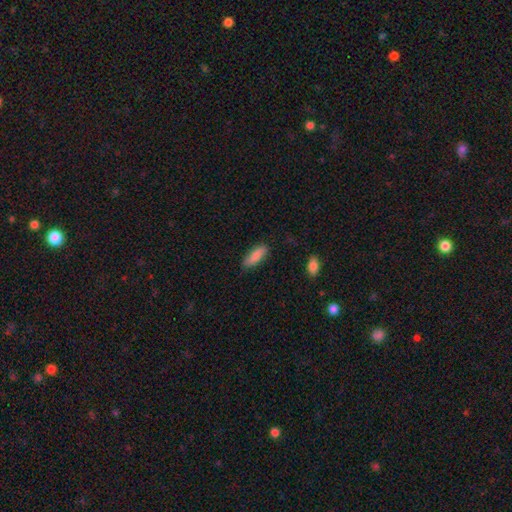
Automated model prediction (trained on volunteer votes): Smooth or featured?
  - smooth: 86% *
  - featured or disk: 8%
  - star or artifact: 6%
How rounded?
  - in between: 64% *
  - cigar-shaped: 35%
  - round: 2%
Merging?
  - none: 78% *
  - minor disturbance: 17%
  - major disturbance: 3%
  - merger: 2%